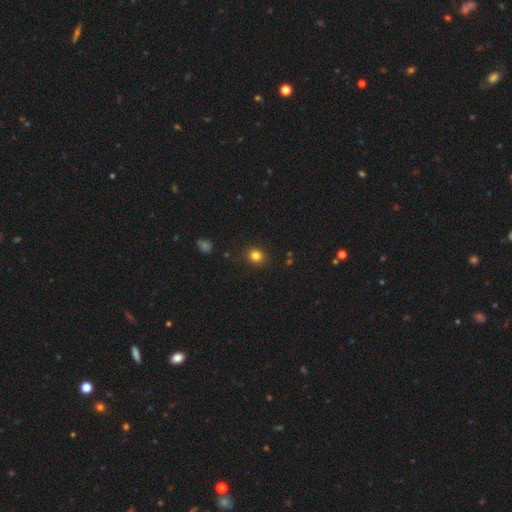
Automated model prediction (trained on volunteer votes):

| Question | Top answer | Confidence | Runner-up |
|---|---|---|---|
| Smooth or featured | smooth | 82% | star or artifact (13%) |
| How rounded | round | 76% | in between (23%) |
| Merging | none | 88% | minor disturbance (8%) |